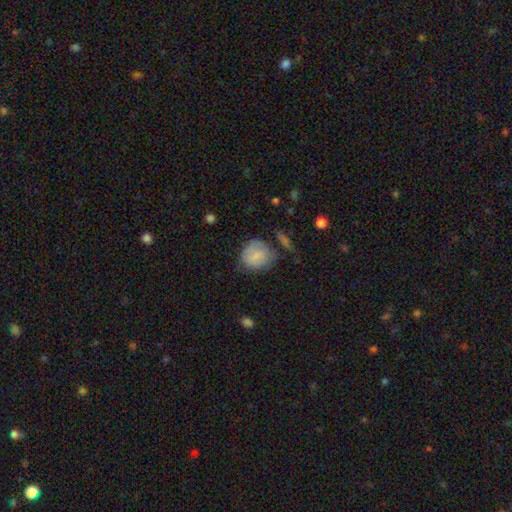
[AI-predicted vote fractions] smooth_or_featured: smooth (p=0.72) [alt: featured or disk p=0.21]
how_rounded: round (p=0.74) [alt: in between p=0.25]
merging: none (p=0.53) [alt: minor disturbance p=0.28]